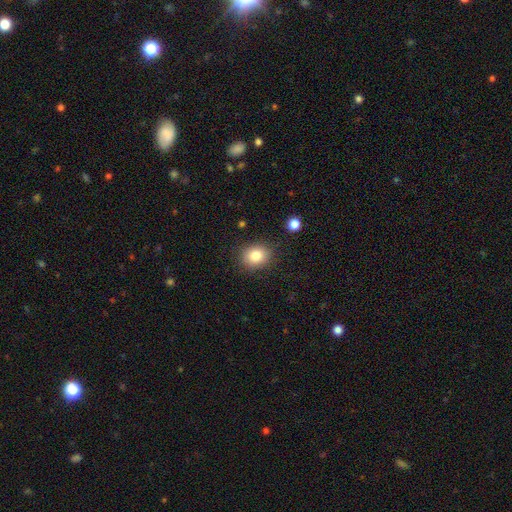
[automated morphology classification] Smooth or featured? smooth (83%)
How rounded? round (60%)
Merging? none (86%)